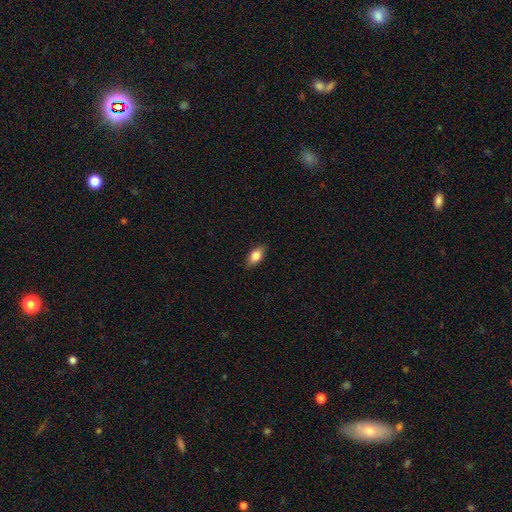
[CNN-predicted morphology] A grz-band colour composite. It shows a smooth galaxy with no disk features (81%) that is in between round and cigar-shaped (87%). Merging: none (86%).